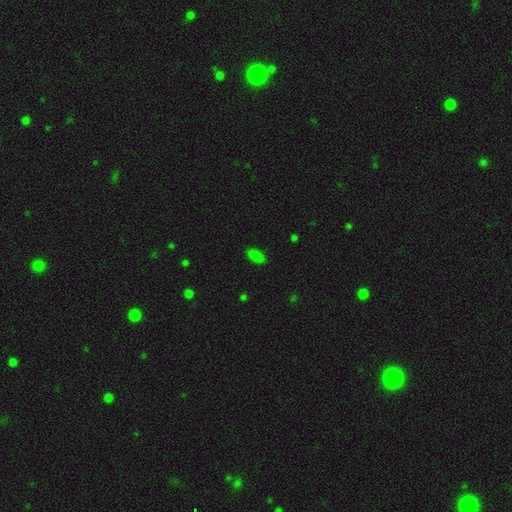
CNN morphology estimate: This appears to be a smooth galaxy with no disk features (83%) that is in between round and cigar-shaped (90%). Merging: none (87%).